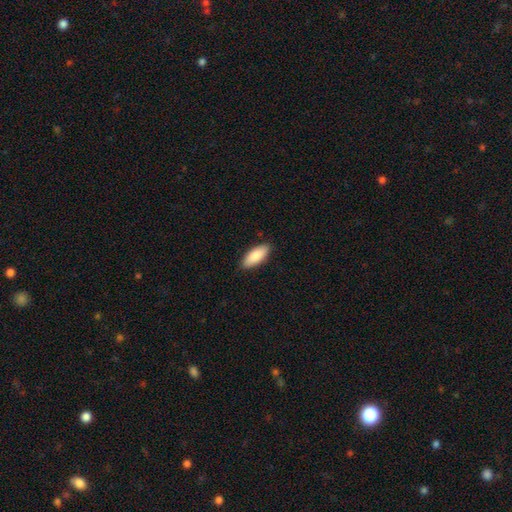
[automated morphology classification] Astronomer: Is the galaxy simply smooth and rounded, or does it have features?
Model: smooth — 86%.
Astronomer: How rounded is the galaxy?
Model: in between — 80%.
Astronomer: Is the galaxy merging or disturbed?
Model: none — 88%.